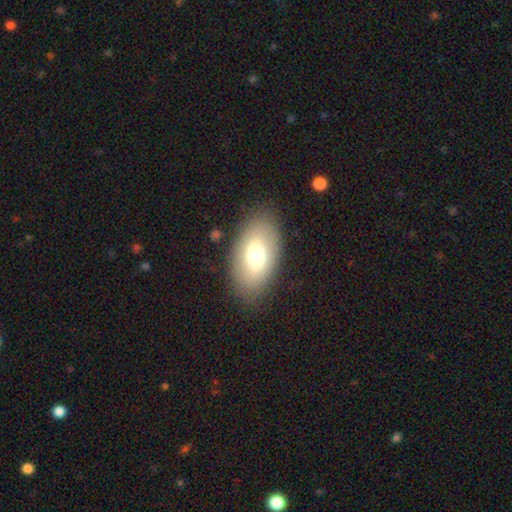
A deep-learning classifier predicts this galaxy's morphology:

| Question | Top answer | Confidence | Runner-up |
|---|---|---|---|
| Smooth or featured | smooth | 70% | featured or disk (23%) |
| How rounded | in between | 93% | round (5%) |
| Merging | none | 84% | minor disturbance (11%) |